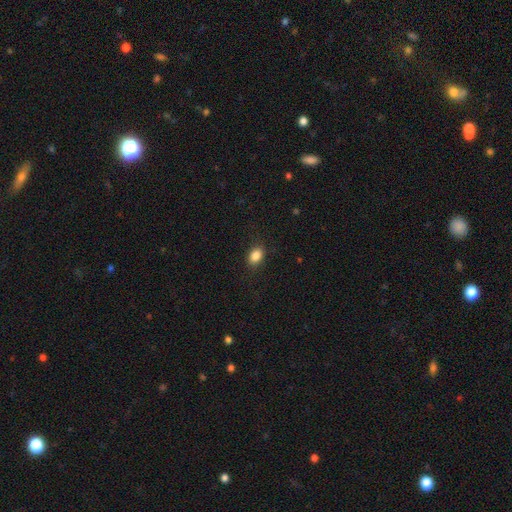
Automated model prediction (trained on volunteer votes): smooth-or-featured: smooth: 86% | star or artifact: 9% | featured or disk: 5%
  how-rounded: in between: 78% | round: 21% | cigar-shaped: 2%
  merging: none: 86% | minor disturbance: 10% | major disturbance: 3% | merger: 1%